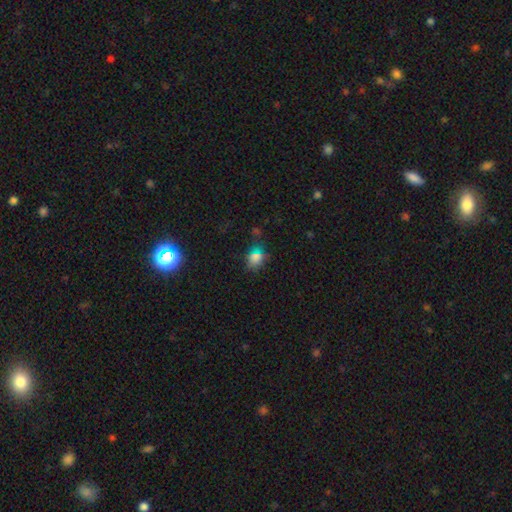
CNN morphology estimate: smooth_or_featured: smooth (p=0.68) [alt: star or artifact p=0.24]
how_rounded: in between (p=0.65) [alt: round p=0.32]
merging: none (p=0.67) [alt: minor disturbance p=0.20]